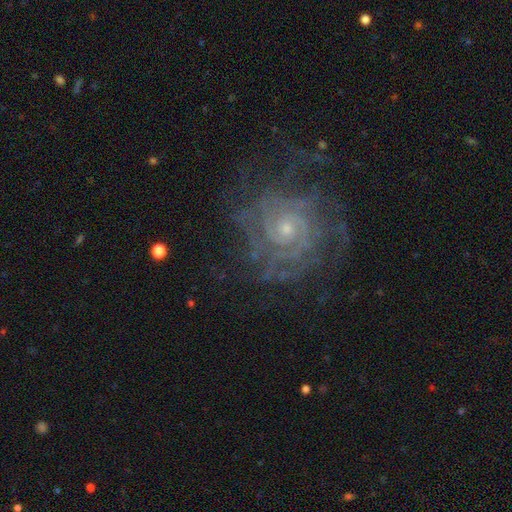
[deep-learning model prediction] Overall: featured or disk (77%). Edge-on disk: no (97%). Bar: no (78%). Spiral arms: yes (92%). Spiral arm count: can't tell (47%; 4 12%). Spiral winding: tight (73%). Bulge size: small (70%). Merging: none (75%).